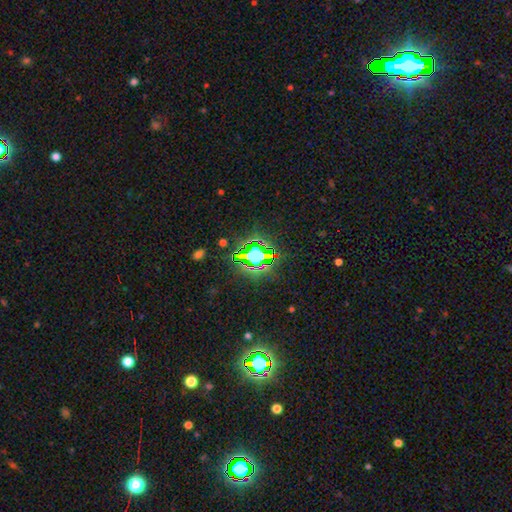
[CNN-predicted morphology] star or artifact 71%, smooth 18%, featured or disk 12%.